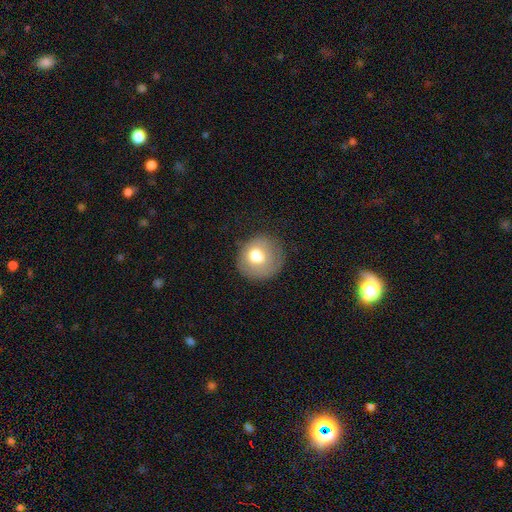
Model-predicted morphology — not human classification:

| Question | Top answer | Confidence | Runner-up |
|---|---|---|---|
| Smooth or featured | smooth | 70% | featured or disk (22%) |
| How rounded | round | 86% | in between (14%) |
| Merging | none | 64% | minor disturbance (22%) |